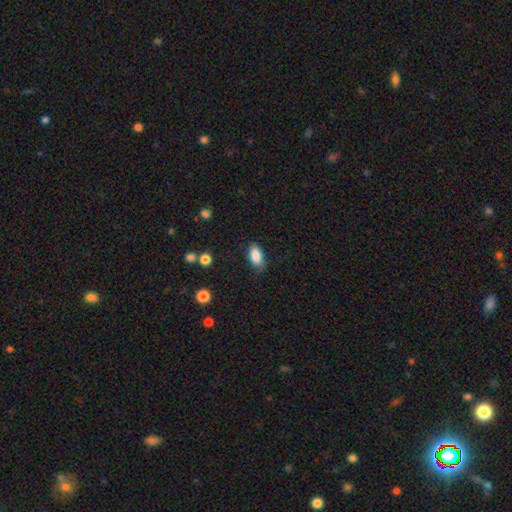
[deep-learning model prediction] Smooth or featured?
  - smooth: 86% *
  - star or artifact: 7%
  - featured or disk: 6%
How rounded?
  - in between: 91% *
  - round: 5%
  - cigar-shaped: 4%
Merging?
  - none: 73% *
  - minor disturbance: 21%
  - major disturbance: 5%
  - merger: 1%